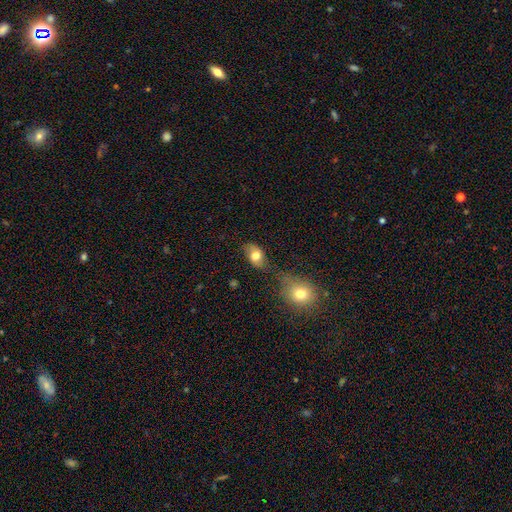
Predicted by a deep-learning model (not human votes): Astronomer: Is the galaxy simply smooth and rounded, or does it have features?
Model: smooth — 74%.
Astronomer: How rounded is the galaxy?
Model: in between — 81%.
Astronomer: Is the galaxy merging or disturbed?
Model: none — 60%.